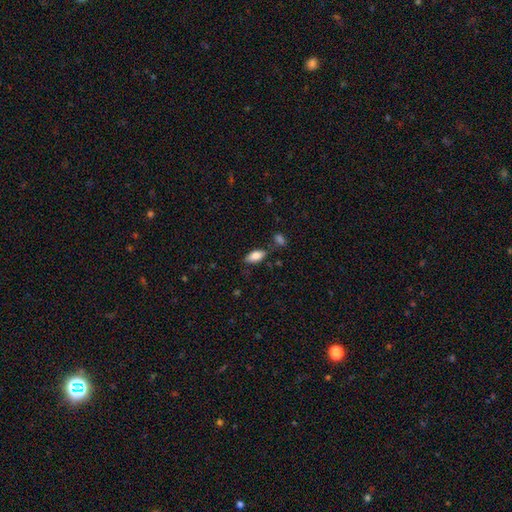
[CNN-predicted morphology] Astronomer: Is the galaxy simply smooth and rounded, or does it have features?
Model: smooth — 83%.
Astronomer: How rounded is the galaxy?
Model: in between — 88%.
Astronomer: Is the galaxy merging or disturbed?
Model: none — 74%.